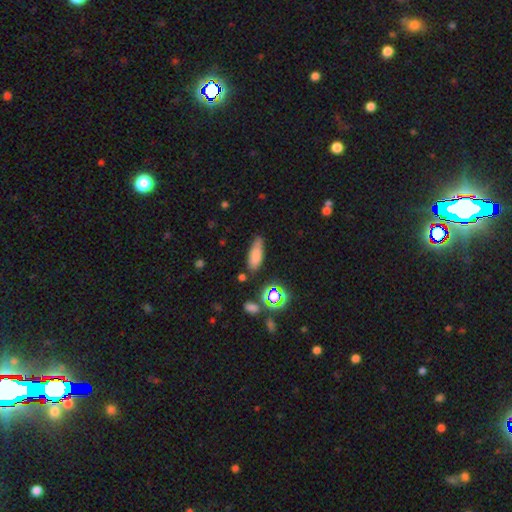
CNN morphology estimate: Q: Smooth or featured?
A: smooth (75%); runner-up: star or artifact (15%)
Q: How rounded?
A: in between (63%); runner-up: cigar-shaped (33%)
Q: Merging?
A: none (71%); runner-up: minor disturbance (19%)